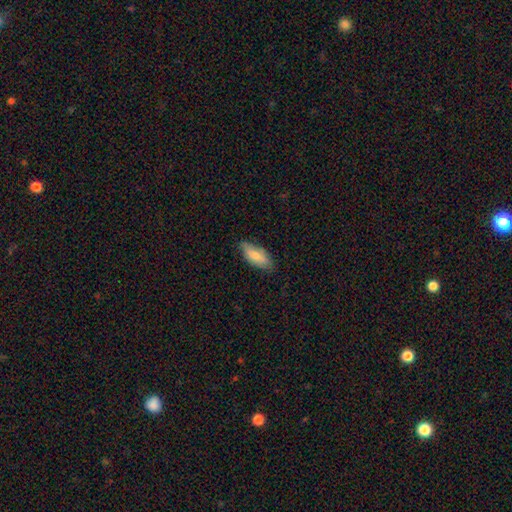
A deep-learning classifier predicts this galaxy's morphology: smooth 74%, featured or disk 20%, star or artifact 6%. Down the decision tree: how rounded — in between (80%); merging — none (73%).